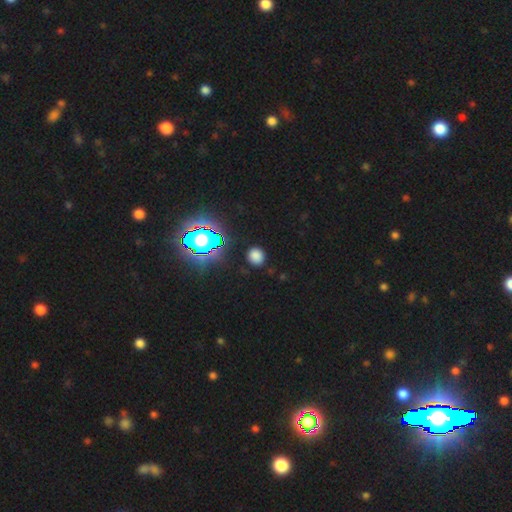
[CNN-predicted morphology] The model was most divided on "smooth or featured": smooth: 70%, star or artifact: 24%, featured or disk: 6%. More confident: merging — none (87%); how rounded — round (82%).